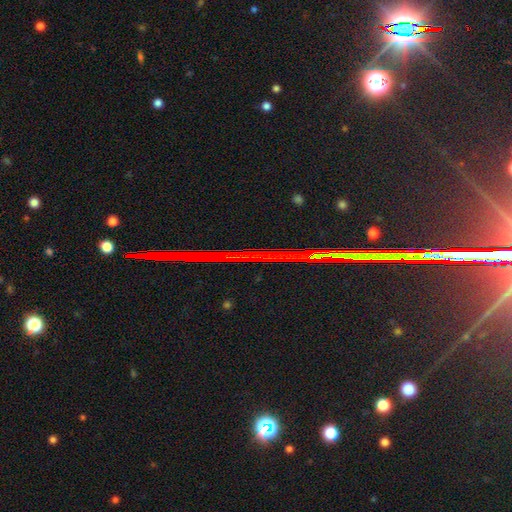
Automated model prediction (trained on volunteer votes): Overall: star or artifact (80%).